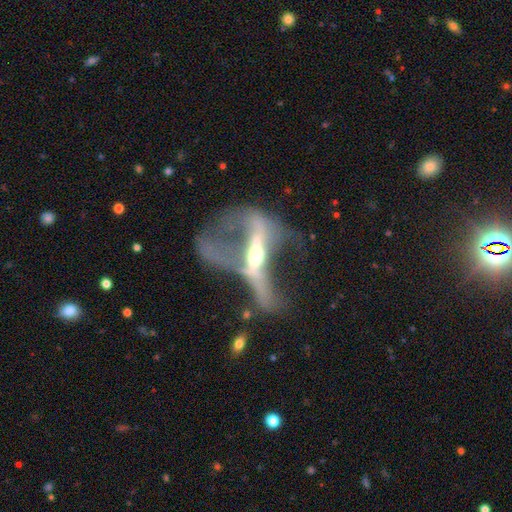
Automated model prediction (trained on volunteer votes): Overall: featured or disk (77%). Edge-on disk: no (58%; yes 42%). Merging: major disturbance (56%; merger 18%).